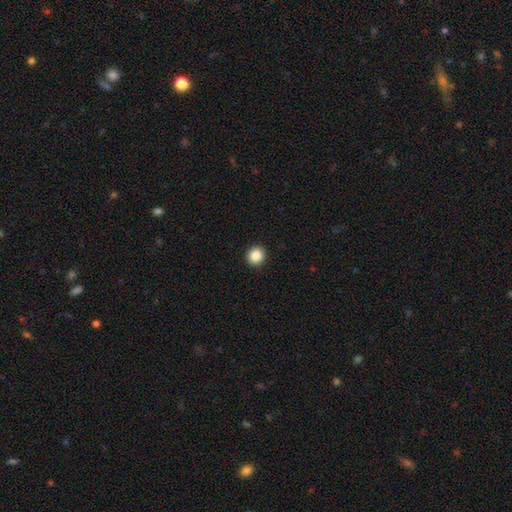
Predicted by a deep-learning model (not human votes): Smooth or featured: smooth — 86% (star or artifact — 10%)
How rounded: round — 91% (in between — 8%)
Merging: none — 93% (minor disturbance — 4%)